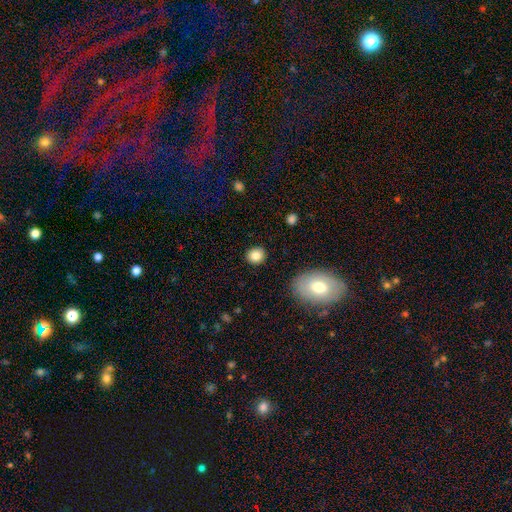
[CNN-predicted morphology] This is clearly a smooth galaxy (83%). How rounded: clearly round (80%). Merging: clearly none (89%).